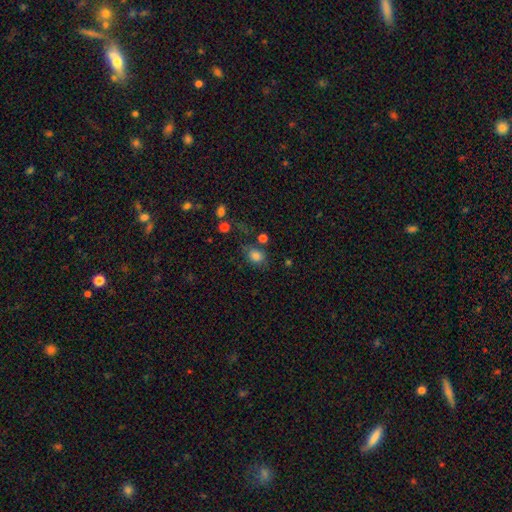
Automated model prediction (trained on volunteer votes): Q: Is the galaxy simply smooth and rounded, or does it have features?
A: smooth — 81%.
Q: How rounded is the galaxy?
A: in between — 52%.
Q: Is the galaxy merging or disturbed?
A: none — 63%.